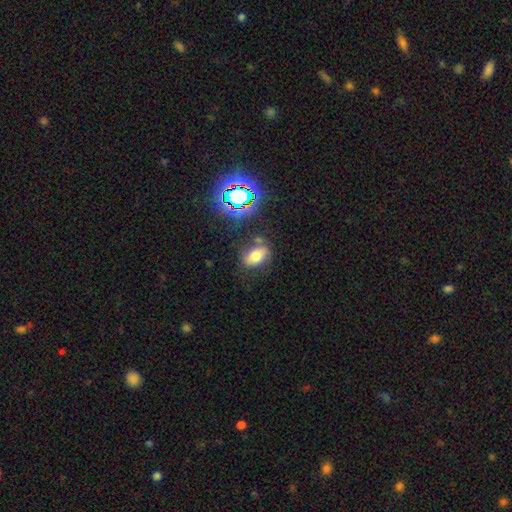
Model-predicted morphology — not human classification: A smooth galaxy with no disk features (63%) that is in between round and cigar-shaped (80%).

Vote fractions:
- Smooth or featured? smooth: 63% / featured or disk: 19% / star or artifact: 18%
- How rounded? in between: 80% / round: 18% / cigar-shaped: 2%
- Merging? none: 65% / minor disturbance: 19% / merger: 9% / major disturbance: 7%